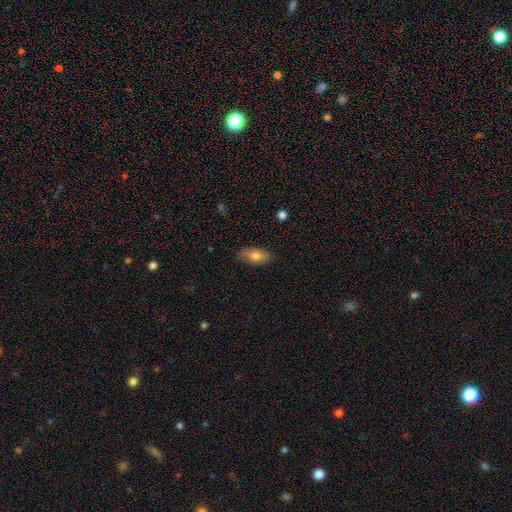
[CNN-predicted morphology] smooth 79%, featured or disk 14%, star or artifact 7%. Down the decision tree: how rounded — in between (91%); merging — none (83%).